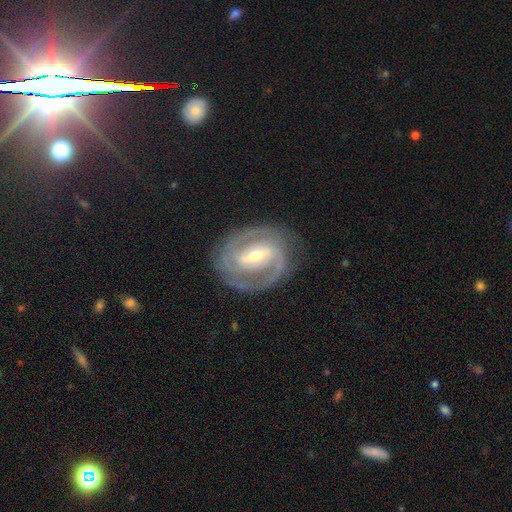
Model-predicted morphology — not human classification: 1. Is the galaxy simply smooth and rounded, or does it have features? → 89% featured or disk, 6% smooth, 5% star or artifact.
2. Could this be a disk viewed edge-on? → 97% no, 3% yes.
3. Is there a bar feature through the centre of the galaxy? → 46% strong, 39% weak, 15% no.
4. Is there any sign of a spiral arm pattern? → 96% yes, 4% no.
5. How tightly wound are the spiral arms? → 59% tight, 35% medium, 6% loose.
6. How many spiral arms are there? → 76% 2, 9% 3, 8% can't tell, 3% 1, 2% 4, 2% more than 4.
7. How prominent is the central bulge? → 55% moderate, 40% small, 3% large, 1% none, 1% dominant.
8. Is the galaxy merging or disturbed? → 80% none, 14% minor disturbance, 5% major disturbance, 1% merger.